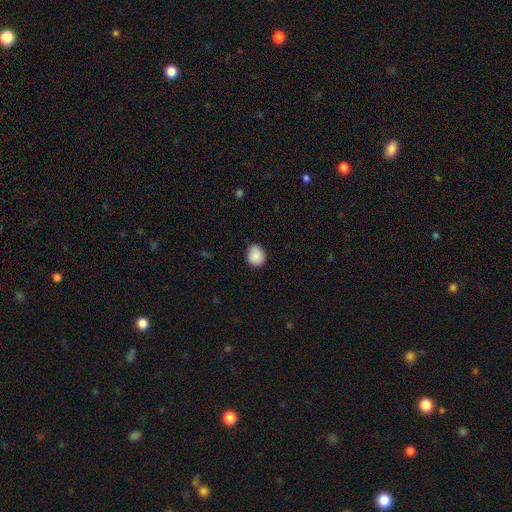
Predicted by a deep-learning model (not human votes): smooth_or_featured: smooth (p=0.89) [alt: star or artifact p=0.08]
how_rounded: round (p=0.75) [alt: in between p=0.24]
merging: none (p=0.85) [alt: minor disturbance p=0.12]